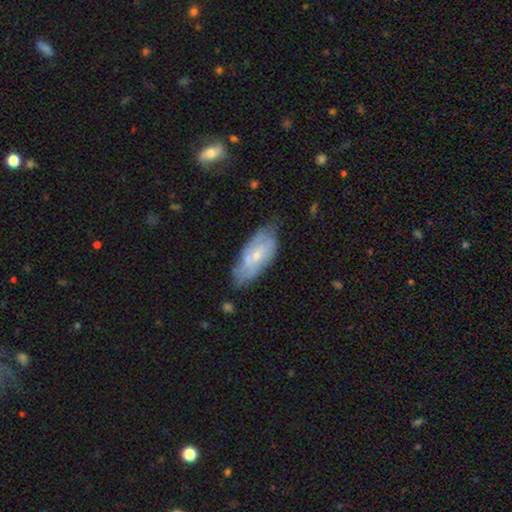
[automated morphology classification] A featured or disk galaxy (47%). Merging: none (57%).